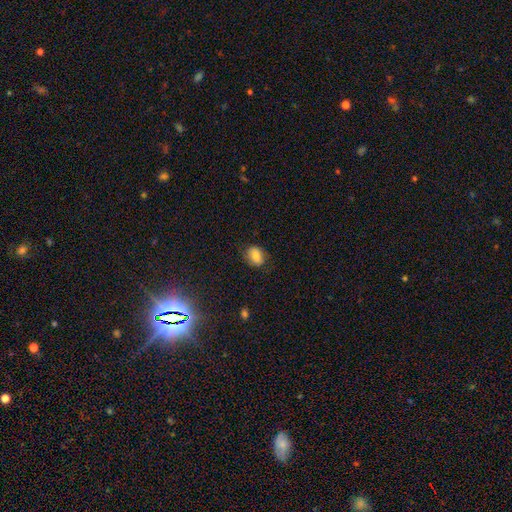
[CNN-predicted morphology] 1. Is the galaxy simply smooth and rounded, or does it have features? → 77% smooth, 12% featured or disk, 10% star or artifact.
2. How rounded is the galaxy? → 63% in between, 36% round, 1% cigar-shaped.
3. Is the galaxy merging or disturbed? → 75% none, 18% minor disturbance, 6% major disturbance, 1% merger.